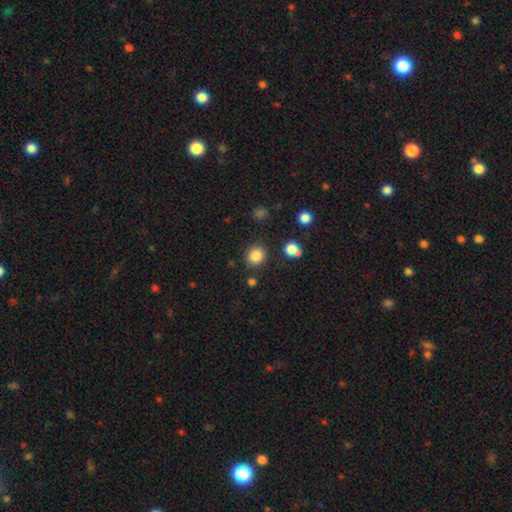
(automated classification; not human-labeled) Overall: smooth (84%). How rounded: round (83%). Merging: none (85%).